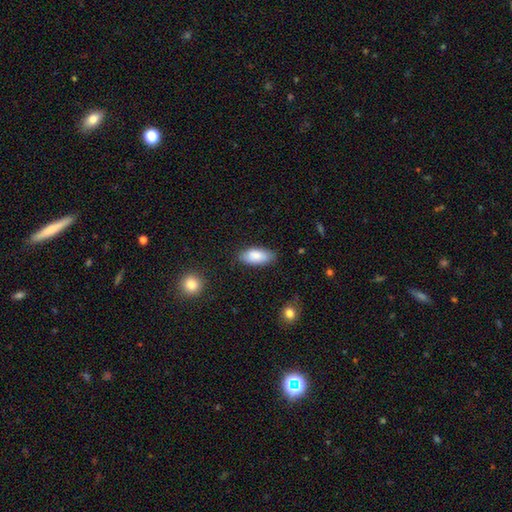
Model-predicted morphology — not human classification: Overall: smooth (86%). How rounded: in between (89%). Merging: none (81%).